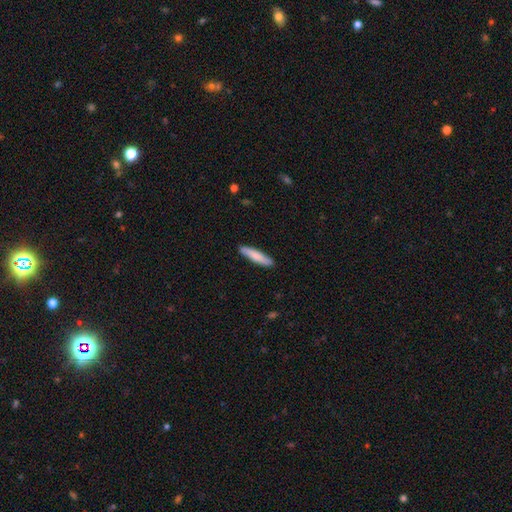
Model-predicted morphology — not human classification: type=smooth (80%); roundness=cigar-shaped (84%); merging=none (88%).